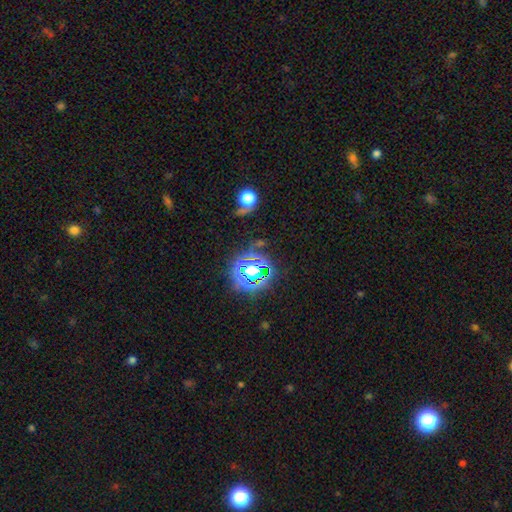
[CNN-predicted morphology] smooth-or-featured: star or artifact: 79% | smooth: 14% | featured or disk: 7%